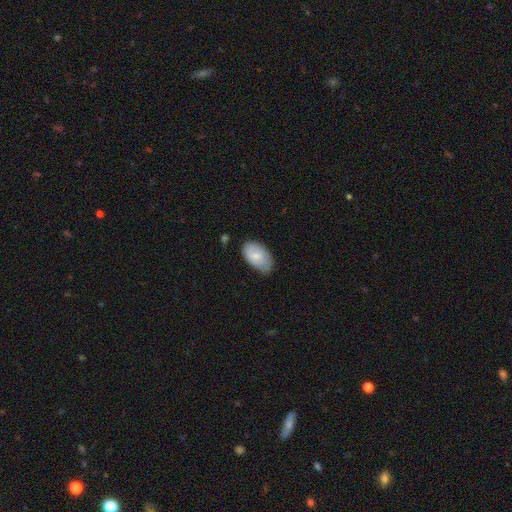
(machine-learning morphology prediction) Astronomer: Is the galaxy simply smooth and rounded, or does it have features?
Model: smooth — 73%.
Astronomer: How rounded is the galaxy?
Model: in between — 94%.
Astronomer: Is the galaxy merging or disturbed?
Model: none — 65%.